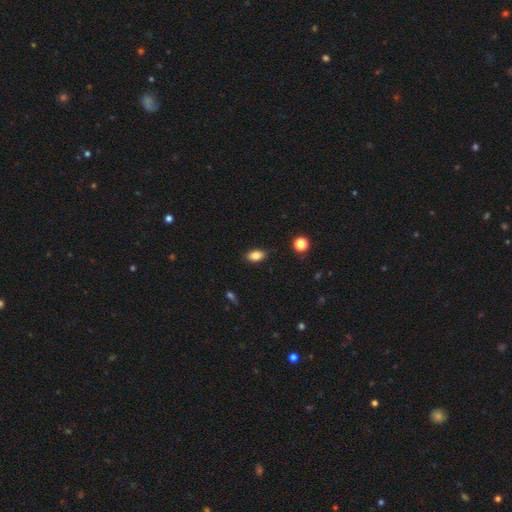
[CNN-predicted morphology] Smooth or featured?
  - smooth: 85% *
  - star or artifact: 9%
  - featured or disk: 6%
How rounded?
  - in between: 87% *
  - round: 10%
  - cigar-shaped: 3%
Merging?
  - none: 86% *
  - minor disturbance: 11%
  - major disturbance: 2%
  - merger: 1%